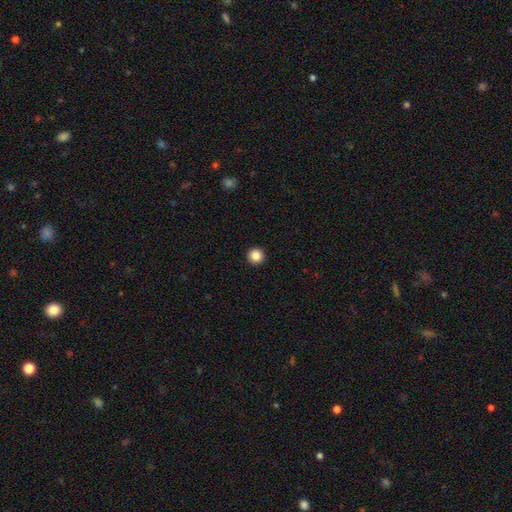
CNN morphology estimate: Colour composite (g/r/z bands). It shows a smooth galaxy with no disk features (86%) that is round (97%). Merging: none (94%).